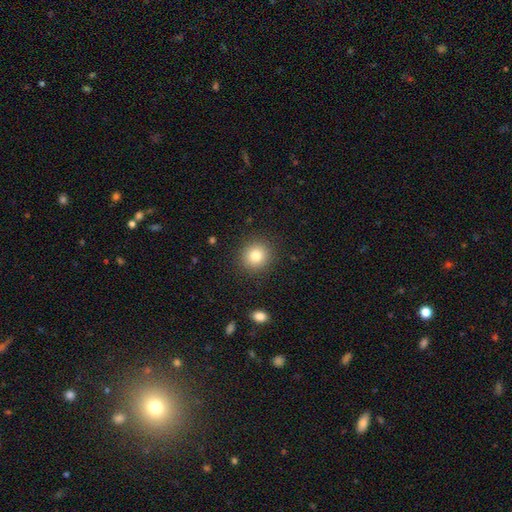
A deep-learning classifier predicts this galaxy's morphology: Q: Smooth or featured?
A: smooth (81%); runner-up: star or artifact (11%)
Q: How rounded?
A: round (89%); runner-up: in between (11%)
Q: Merging?
A: none (90%); runner-up: minor disturbance (7%)